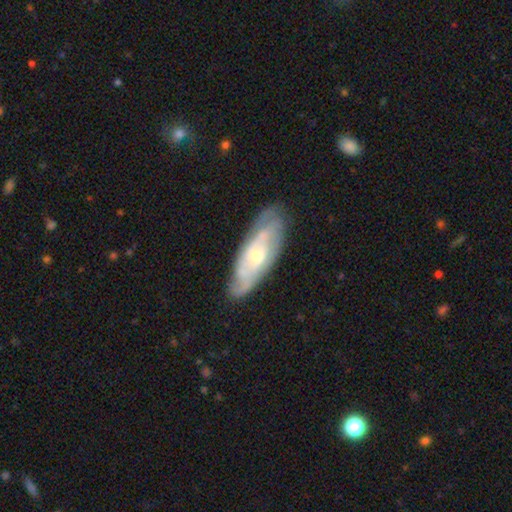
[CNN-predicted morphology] A featured or disk galaxy (71%) with no bar (67%), spiral arms (84%) and a moderate central bulge (50%). Merging: none (77%).